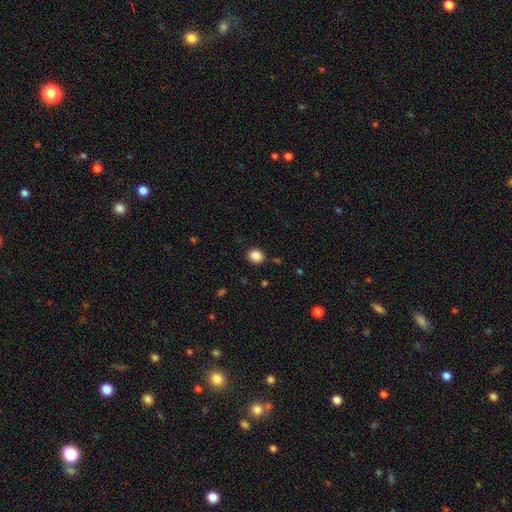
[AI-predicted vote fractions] The model was most divided on "how rounded": round: 67%, in between: 32%, cigar-shaped: 1%. More confident: smooth or featured — smooth (87%); merging — none (87%).